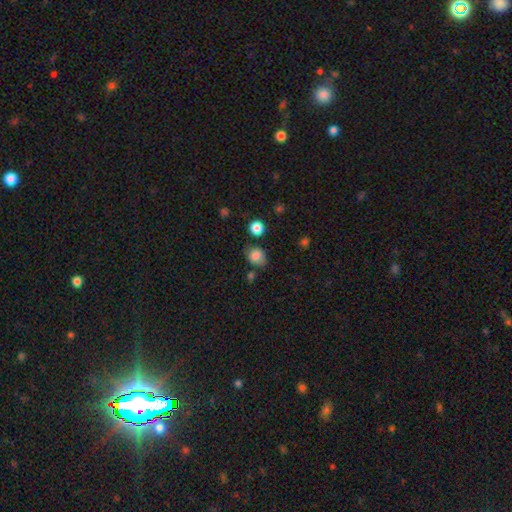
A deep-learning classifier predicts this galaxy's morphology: type=smooth (82%); roundness=round (54%); merging=none (69%).